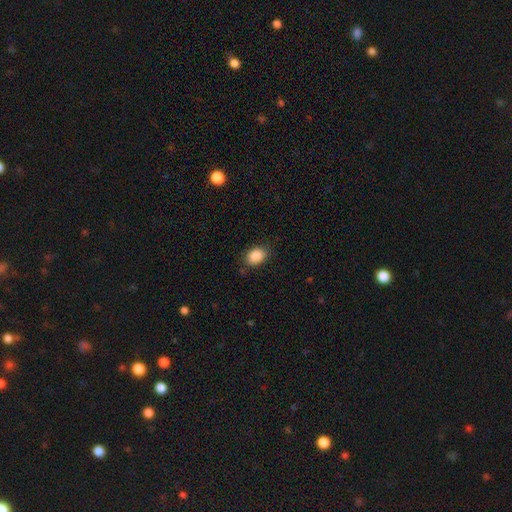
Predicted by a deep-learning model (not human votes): This appears to be a smooth galaxy with no disk features (88%) that is in between round and cigar-shaped (76%). Merging: none (80%).